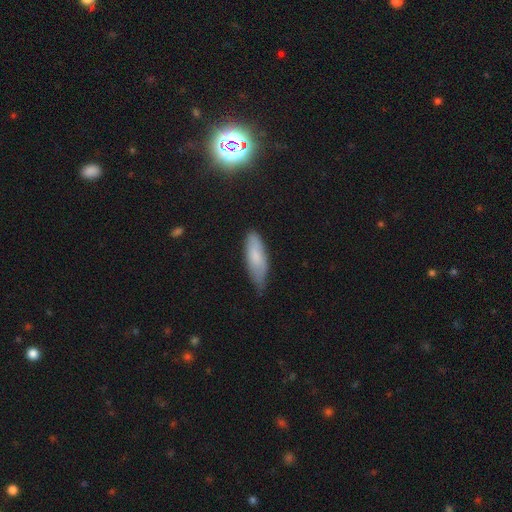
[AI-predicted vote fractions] This is likely a smooth galaxy (75%). How rounded: possibly in between (58%). Merging: possibly none (53%).